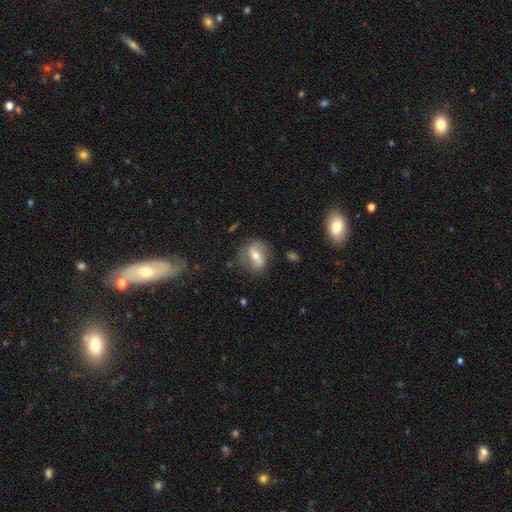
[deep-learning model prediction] smooth_or_featured: featured or disk (p=0.49) [alt: smooth p=0.42]
merging: none (p=0.70) [alt: minor disturbance p=0.19]